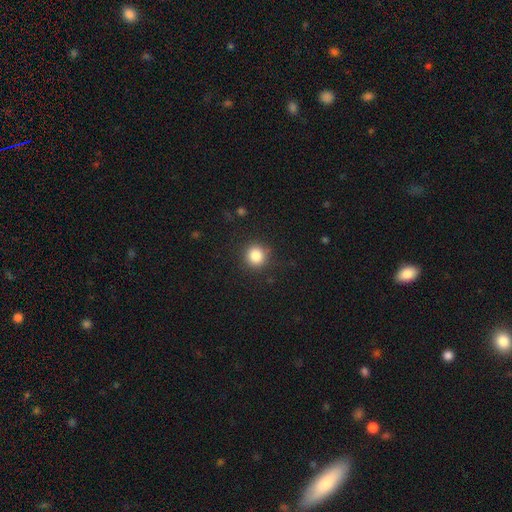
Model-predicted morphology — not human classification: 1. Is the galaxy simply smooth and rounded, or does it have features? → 84% smooth, 11% star or artifact, 5% featured or disk.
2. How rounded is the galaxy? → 92% round, 7% in between, 1% cigar-shaped.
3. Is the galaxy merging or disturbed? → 88% none, 8% minor disturbance, 3% major disturbance, 1% merger.